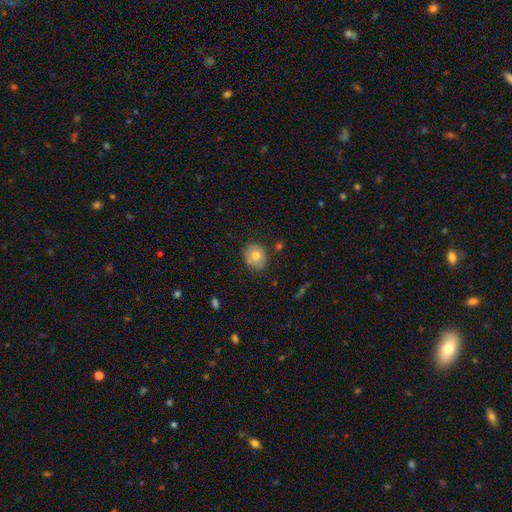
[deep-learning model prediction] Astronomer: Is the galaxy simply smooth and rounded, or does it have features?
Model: smooth — 71%.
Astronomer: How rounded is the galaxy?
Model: round — 78%.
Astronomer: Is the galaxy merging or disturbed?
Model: none — 76%.